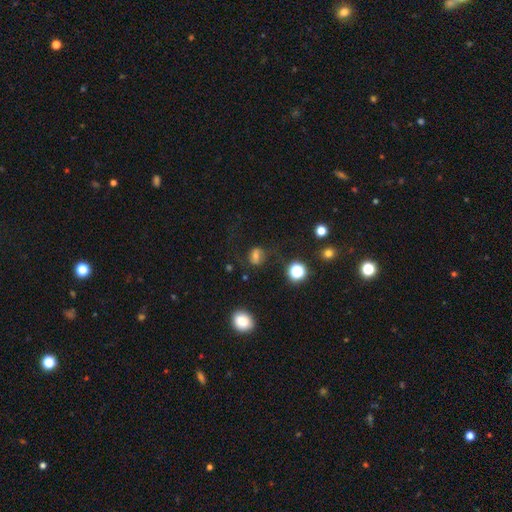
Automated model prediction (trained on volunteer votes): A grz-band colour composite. It shows a smooth galaxy with no disk features (55%) that is in between round and cigar-shaped (50%). Merging: none (66%).